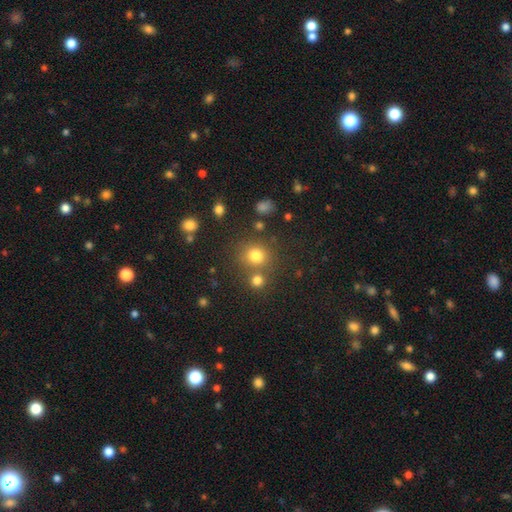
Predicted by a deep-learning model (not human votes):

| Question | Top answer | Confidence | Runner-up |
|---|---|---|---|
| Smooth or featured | smooth | 77% | star or artifact (16%) |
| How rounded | round | 85% | in between (14%) |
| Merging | none | 68% | merger (19%) |